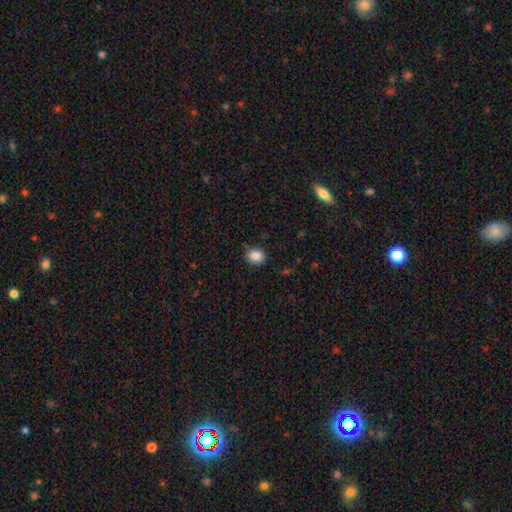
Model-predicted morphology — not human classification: A smooth galaxy with no disk features (87%) that is round (50%). Merging: none (83%).